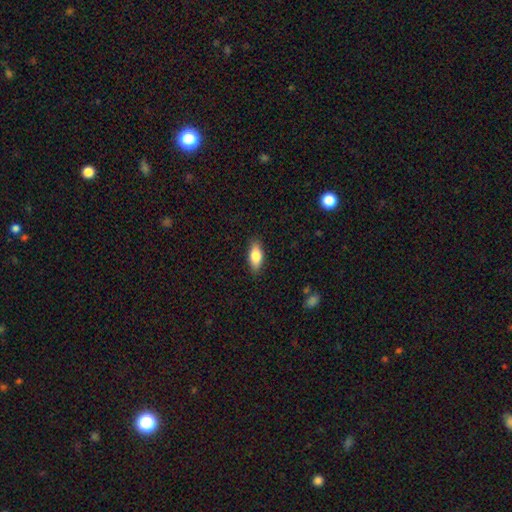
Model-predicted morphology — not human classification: Smooth or featured? Predicted: smooth (p=0.78). How rounded? Predicted: in between (p=0.81). Merging? Predicted: none (p=0.87).